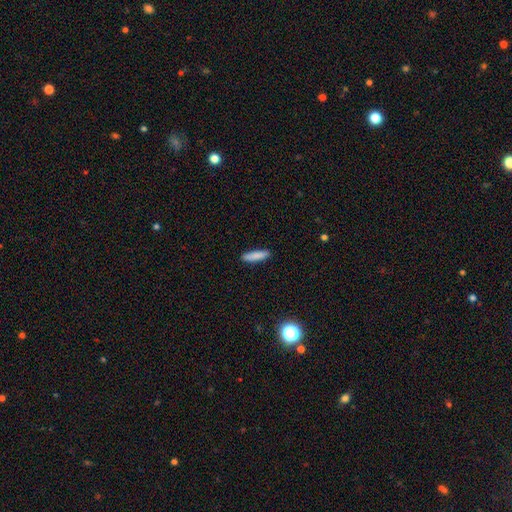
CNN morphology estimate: smooth-or-featured: smooth: 86% | featured or disk: 7% | star or artifact: 7%
  how-rounded: cigar-shaped: 77% | in between: 21% | round: 1%
  merging: none: 90% | minor disturbance: 8% | major disturbance: 2% | merger: 1%